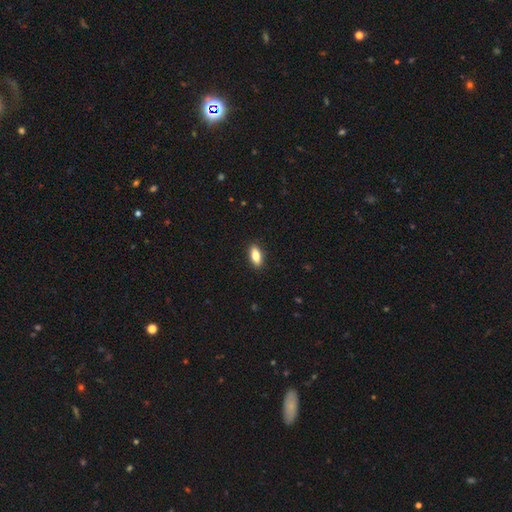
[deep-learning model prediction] A smooth galaxy with no disk features (78%) that is in between round and cigar-shaped (78%). Merging: none (89%).